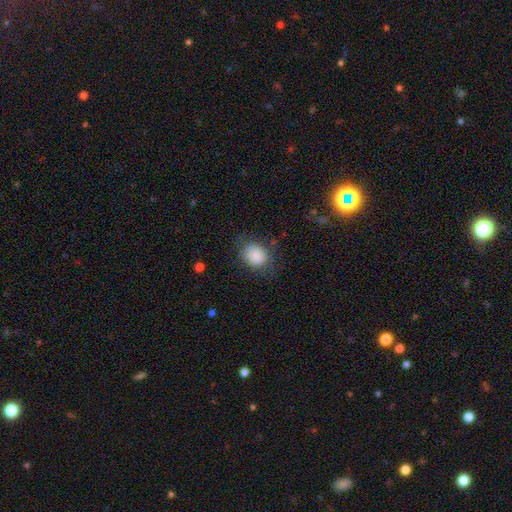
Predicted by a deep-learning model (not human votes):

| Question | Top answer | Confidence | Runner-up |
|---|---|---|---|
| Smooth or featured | smooth | 87% | star or artifact (8%) |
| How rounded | round | 60% | in between (40%) |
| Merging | none | 73% | minor disturbance (18%) |